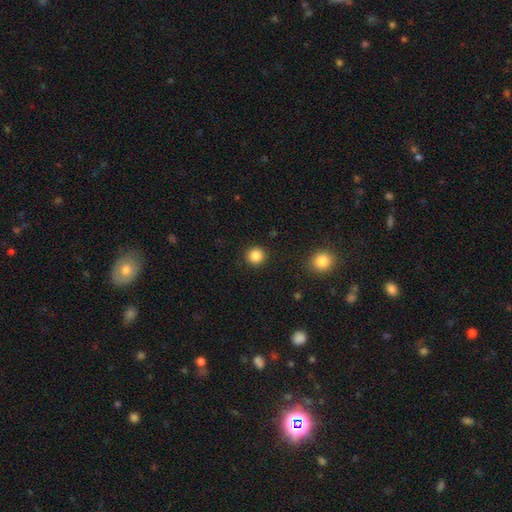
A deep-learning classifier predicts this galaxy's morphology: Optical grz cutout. It shows a smooth galaxy with no disk features (85%) that is round (93%). Merging: none (91%).